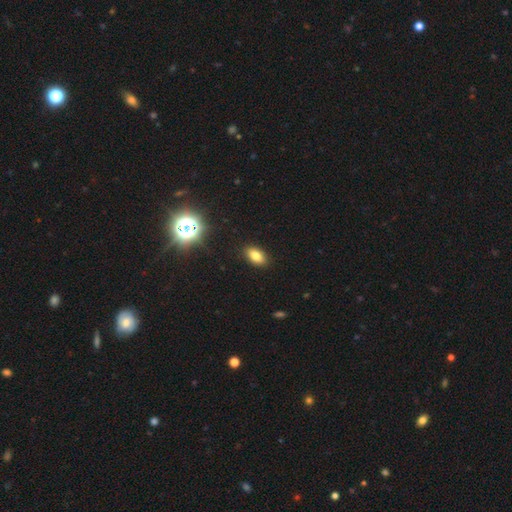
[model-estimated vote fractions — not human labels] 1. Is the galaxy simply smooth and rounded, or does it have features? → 78% smooth, 13% star or artifact, 9% featured or disk.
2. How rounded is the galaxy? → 89% in between, 8% round, 3% cigar-shaped.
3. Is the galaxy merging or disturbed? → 89% none, 8% minor disturbance, 2% major disturbance, 1% merger.